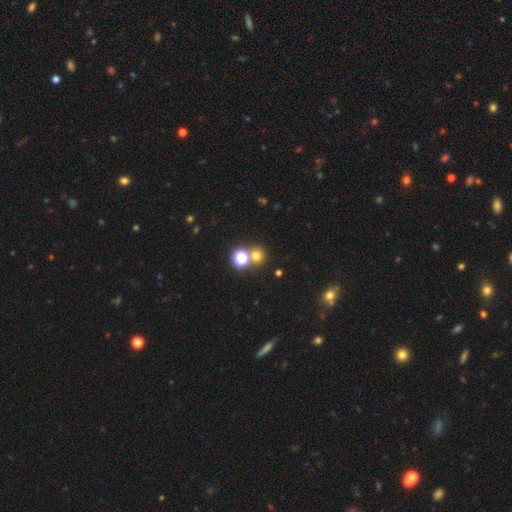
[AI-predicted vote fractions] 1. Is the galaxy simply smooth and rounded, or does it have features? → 67% smooth, 26% star or artifact, 7% featured or disk.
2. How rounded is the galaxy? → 88% round, 11% in between, 1% cigar-shaped.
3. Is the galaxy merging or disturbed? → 66% none, 24% merger, 7% minor disturbance, 3% major disturbance.